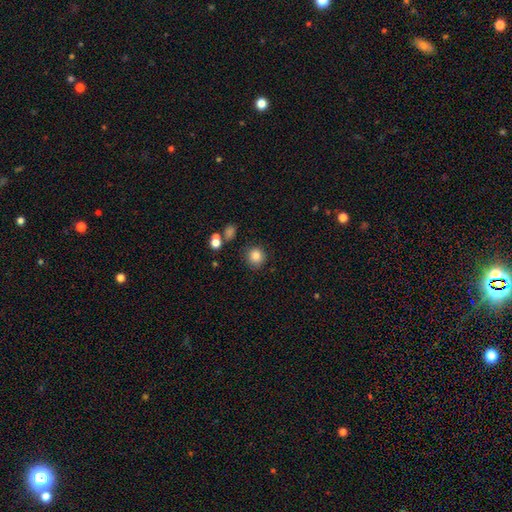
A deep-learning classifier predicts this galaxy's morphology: A smooth galaxy with no disk features (84%) that is round (90%). Merging: none (85%).